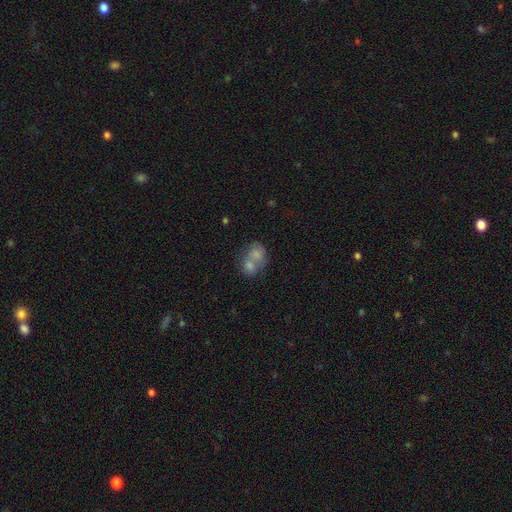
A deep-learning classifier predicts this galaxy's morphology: smooth 73%, featured or disk 19%, star or artifact 8%. Down the decision tree: how rounded — in between (51%); merging — merger (73%).